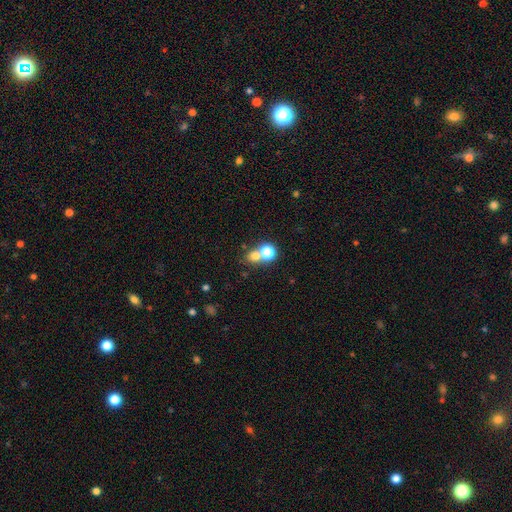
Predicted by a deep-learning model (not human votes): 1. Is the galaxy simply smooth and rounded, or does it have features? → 70% smooth, 19% star or artifact, 11% featured or disk.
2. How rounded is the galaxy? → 78% round, 21% in between, 1% cigar-shaped.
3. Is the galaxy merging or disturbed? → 46% merger, 45% none, 6% minor disturbance, 4% major disturbance.